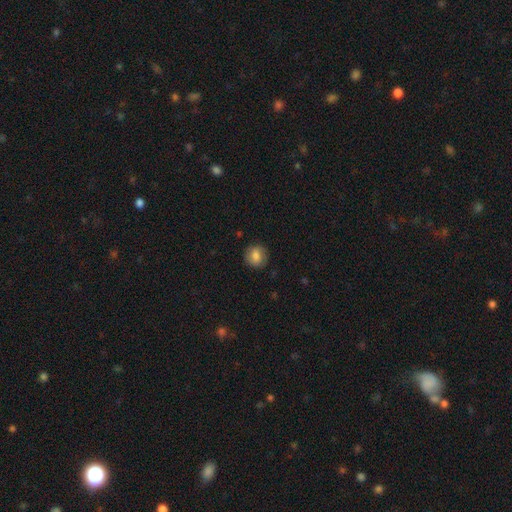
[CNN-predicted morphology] A smooth galaxy with no disk features (77%) that is round (78%). Merging: none (83%).